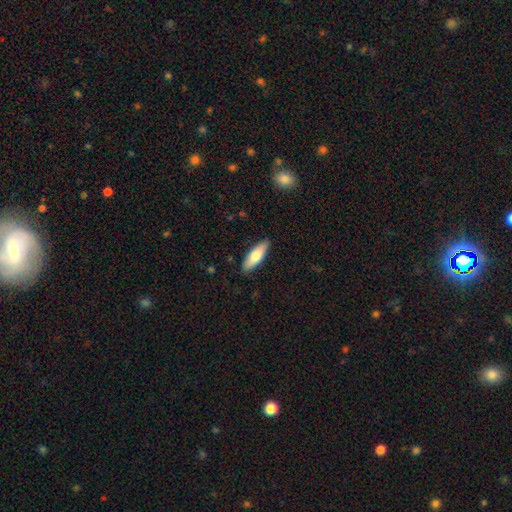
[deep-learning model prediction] Smooth or featured?
  - smooth: 72% *
  - featured or disk: 23%
  - star or artifact: 5%
How rounded?
  - in between: 56% *
  - cigar-shaped: 42%
  - round: 2%
Merging?
  - none: 88% *
  - minor disturbance: 9%
  - major disturbance: 2%
  - merger: 1%